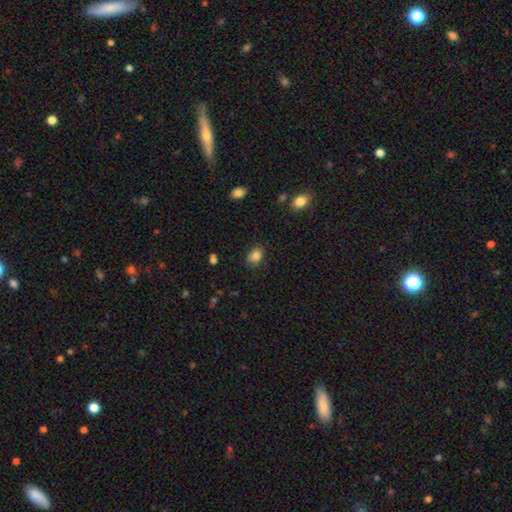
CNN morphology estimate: Smooth or featured? smooth (85%)
How rounded? in between (69%)
Merging? none (76%)